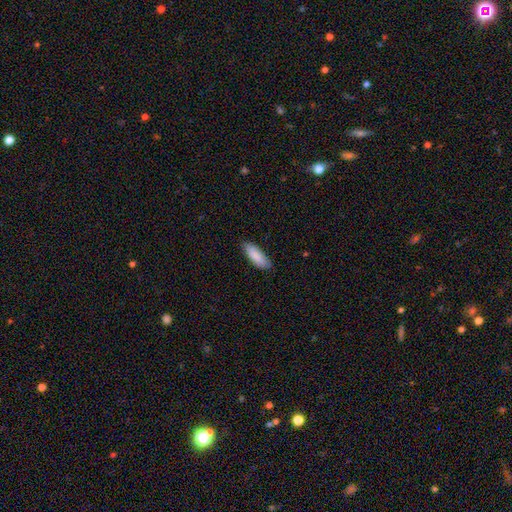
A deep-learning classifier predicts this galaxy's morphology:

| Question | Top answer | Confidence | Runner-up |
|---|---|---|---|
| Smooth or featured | smooth | 87% | featured or disk (7%) |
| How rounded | in between | 67% | cigar-shaped (31%) |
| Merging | none | 83% | minor disturbance (14%) |